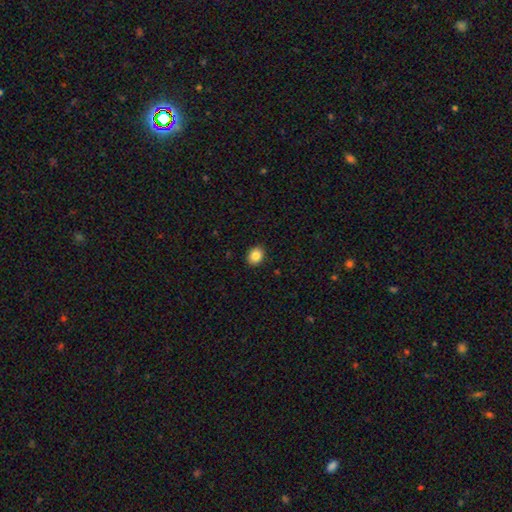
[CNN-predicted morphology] smooth 85%, star or artifact 10%, featured or disk 6%. Down the decision tree: how rounded — round (59%); merging — none (91%).